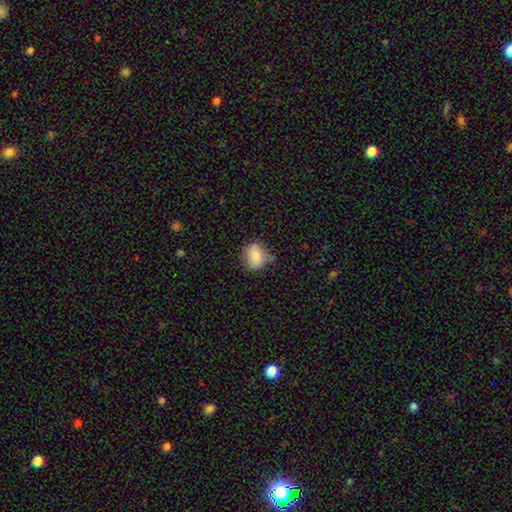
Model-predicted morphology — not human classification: Smooth or featured: smooth — 79% (featured or disk — 13%)
How rounded: round — 55% (in between — 44%)
Merging: none — 63% (minor disturbance — 27%)